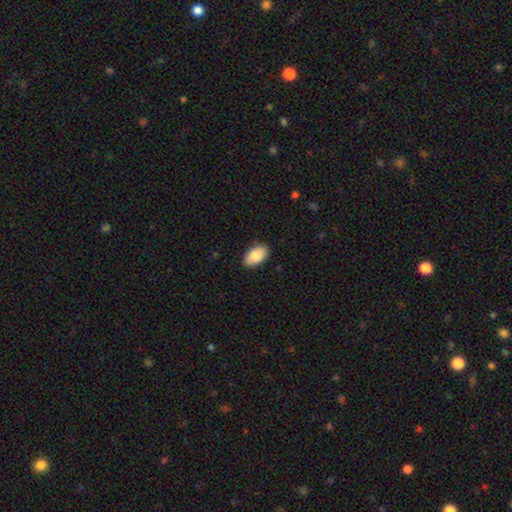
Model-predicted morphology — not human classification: type=smooth (85%); roundness=in between (94%); merging=none (88%).